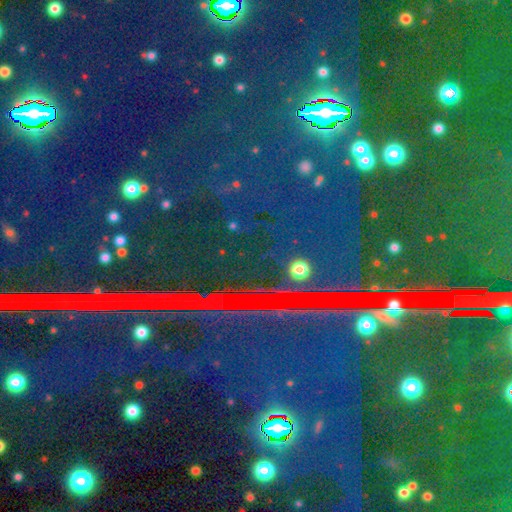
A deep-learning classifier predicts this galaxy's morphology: smooth_or_featured: star or artifact (p=0.83) [alt: featured or disk p=0.09]